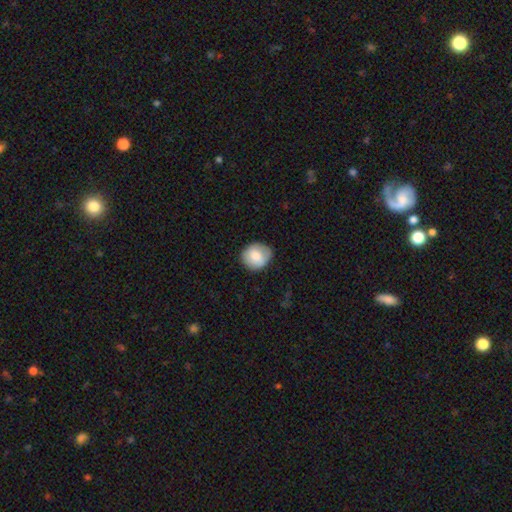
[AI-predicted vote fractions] This is likely a smooth galaxy (80%). How rounded: likely round (77%). Merging: likely none (78%).